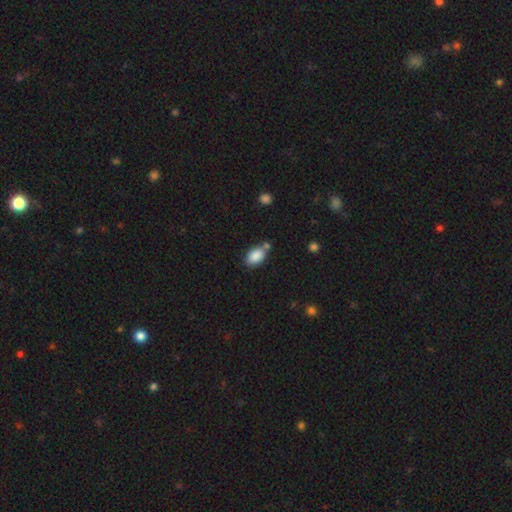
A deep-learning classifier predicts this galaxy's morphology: A smooth galaxy with no disk features (87%) that is in between round and cigar-shaped (91%). Merging: none (61%).